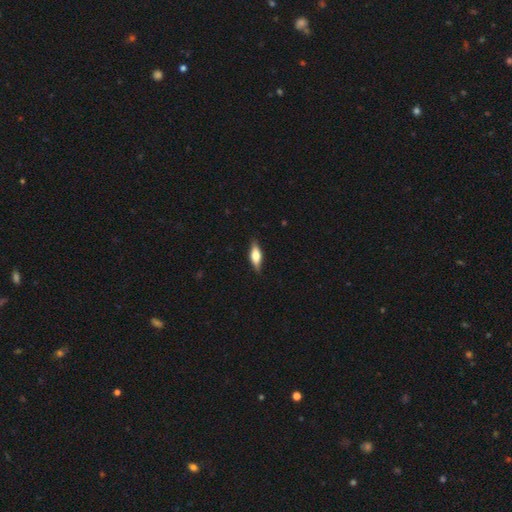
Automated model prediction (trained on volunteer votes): Q: Smooth or featured?
A: smooth (56%); runner-up: featured or disk (38%)
Q: How rounded?
A: in between (58%); runner-up: cigar-shaped (39%)
Q: Merging?
A: none (86%); runner-up: minor disturbance (11%)